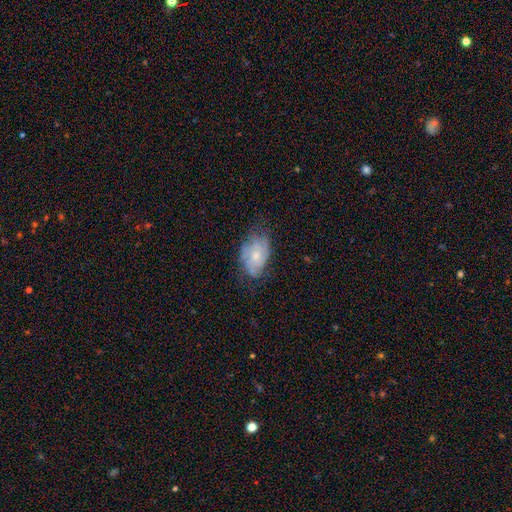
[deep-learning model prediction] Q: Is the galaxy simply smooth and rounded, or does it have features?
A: featured or disk — 54%.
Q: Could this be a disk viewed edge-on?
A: no — 95%.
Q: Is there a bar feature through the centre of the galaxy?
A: no — 79%.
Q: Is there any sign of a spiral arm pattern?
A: yes — 72%.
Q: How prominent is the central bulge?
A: small — 52%.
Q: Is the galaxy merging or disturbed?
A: none — 56%.